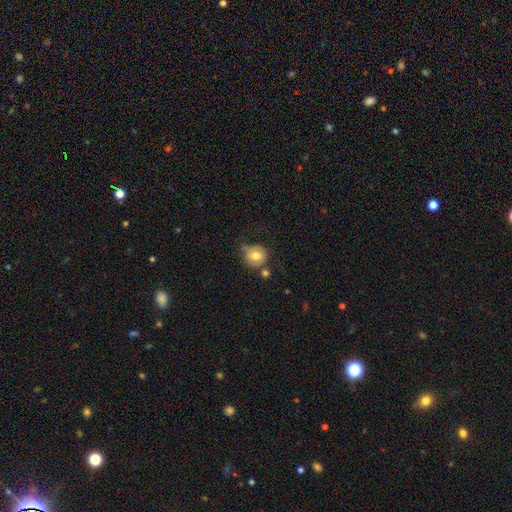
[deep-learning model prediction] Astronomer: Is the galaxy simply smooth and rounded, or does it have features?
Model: smooth — 72%.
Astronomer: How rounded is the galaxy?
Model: round — 85%.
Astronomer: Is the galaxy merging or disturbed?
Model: none — 51% (runner-up: minor disturbance, 26%).